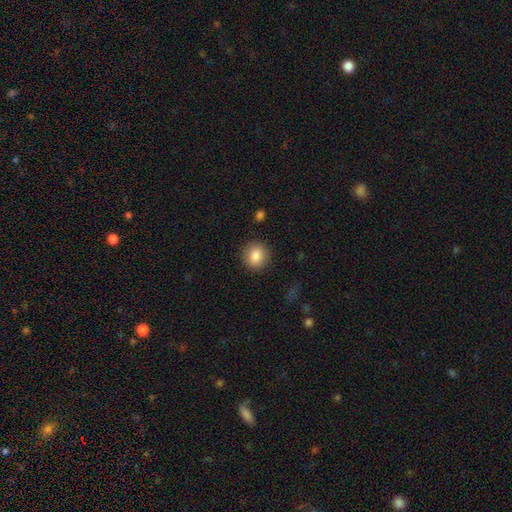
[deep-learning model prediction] Q: Smooth or featured?
A: smooth (86%); runner-up: star or artifact (9%)
Q: How rounded?
A: round (87%); runner-up: in between (12%)
Q: Merging?
A: none (90%); runner-up: minor disturbance (7%)